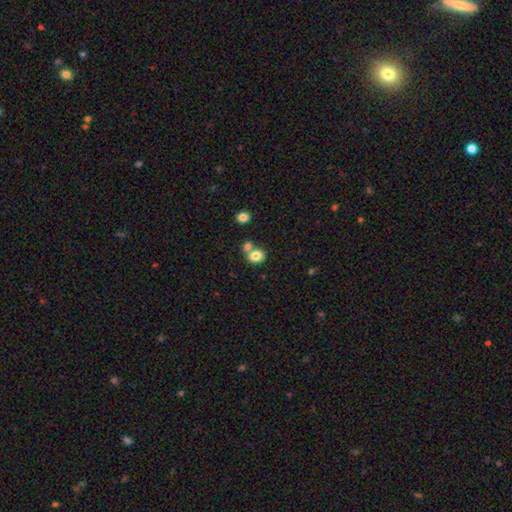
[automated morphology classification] type=smooth (82%); roundness=in between (50%); merging=none (51%).